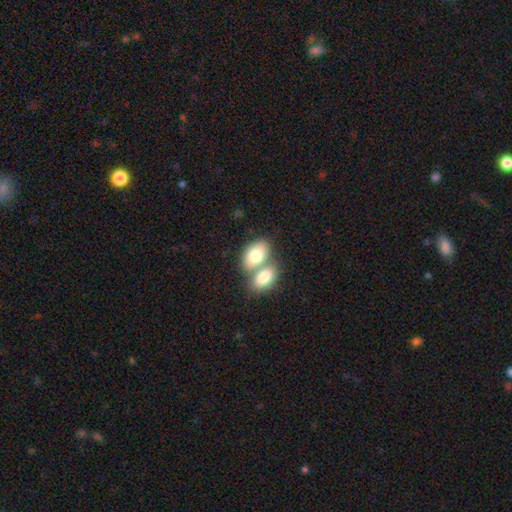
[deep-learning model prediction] Q: Smooth or featured?
A: smooth (77%); runner-up: featured or disk (17%)
Q: How rounded?
A: in between (89%); runner-up: round (10%)
Q: Merging?
A: merger (59%); runner-up: none (29%)